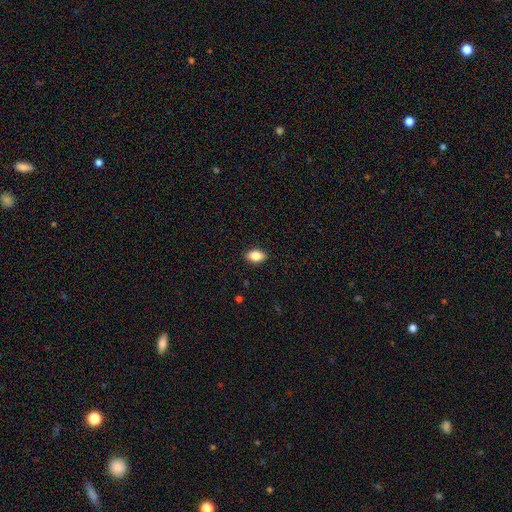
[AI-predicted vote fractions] smooth_or_featured: smooth (p=0.86) [alt: star or artifact p=0.08]
how_rounded: in between (p=0.88) [alt: round p=0.10]
merging: none (p=0.89) [alt: minor disturbance p=0.08]